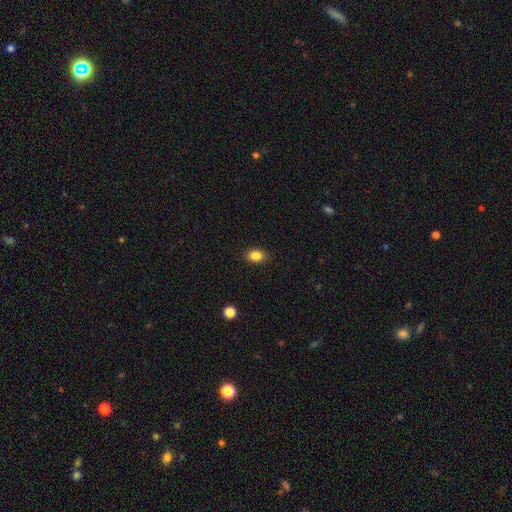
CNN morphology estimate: Smooth or featured?
  - smooth: 86% *
  - star or artifact: 10%
  - featured or disk: 5%
How rounded?
  - in between: 74% *
  - round: 25%
  - cigar-shaped: 1%
Merging?
  - none: 88% *
  - minor disturbance: 9%
  - major disturbance: 2%
  - merger: 1%